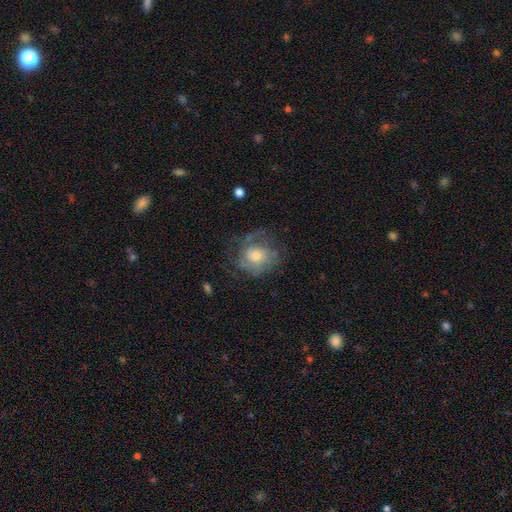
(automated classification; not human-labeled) Smooth or featured: featured or disk — 57% (smooth — 34%)
Edge-on disk: no — 97% (yes — 3%)
Bar: no — 78% (weak — 19%)
Spiral arms: yes — 73% (no — 27%)
Bulge size: moderate — 54% (small — 29%)
Merging: none — 55% (minor disturbance — 22%)